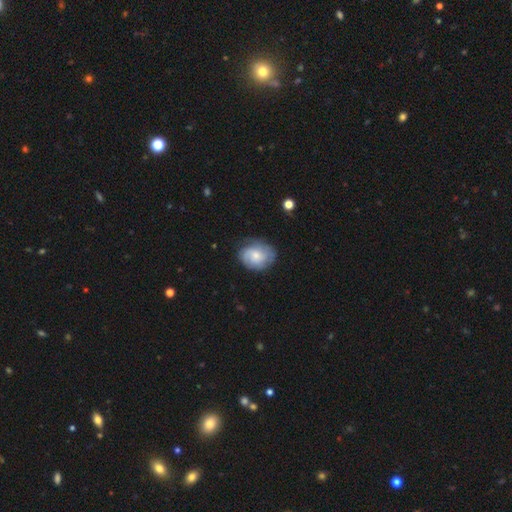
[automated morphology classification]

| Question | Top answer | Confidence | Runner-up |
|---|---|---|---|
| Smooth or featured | featured or disk | 51% | smooth (43%) |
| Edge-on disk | no | 97% | yes (3%) |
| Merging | none | 69% | minor disturbance (23%) |